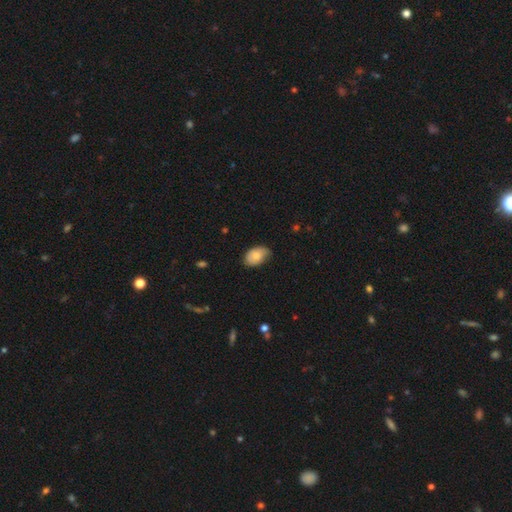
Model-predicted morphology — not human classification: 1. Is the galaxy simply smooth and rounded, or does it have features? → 81% smooth, 12% featured or disk, 7% star or artifact.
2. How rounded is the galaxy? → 88% in between, 10% round, 1% cigar-shaped.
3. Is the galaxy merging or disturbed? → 67% none, 27% minor disturbance, 4% major disturbance, 1% merger.